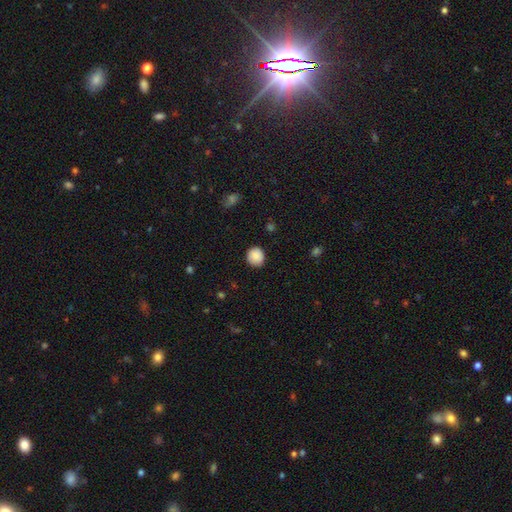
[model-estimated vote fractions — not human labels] Smooth or featured? smooth (88%)
How rounded? round (87%)
Merging? none (87%)